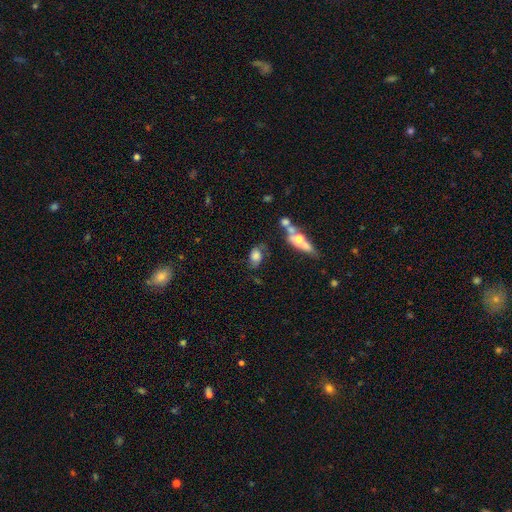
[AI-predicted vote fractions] Smooth or featured? smooth (54%)
How rounded? in between (78%)
Merging? none (50%)